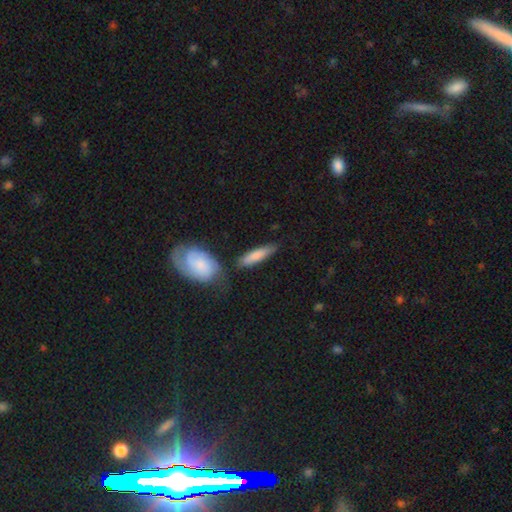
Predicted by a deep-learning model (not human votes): A smooth galaxy with no disk features (76%) that is cigar-shaped (68%).

Vote fractions:
- Smooth or featured? smooth: 76% / featured or disk: 19% / star or artifact: 5%
- How rounded? cigar-shaped: 68% / in between: 30% / round: 2%
- Merging? none: 66% / minor disturbance: 17% / merger: 12% / major disturbance: 5%